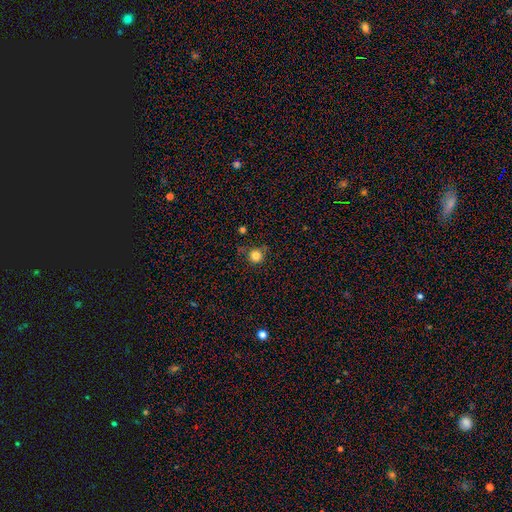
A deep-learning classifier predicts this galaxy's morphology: Overall: smooth (82%). How rounded: round (93%). Merging: none (76%).